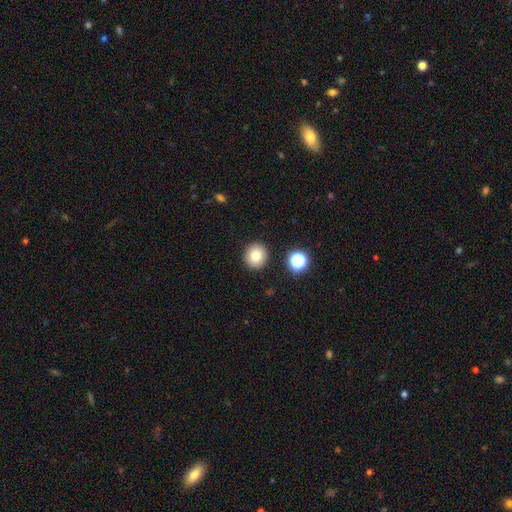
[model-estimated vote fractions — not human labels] Q: Smooth or featured?
A: smooth (79%); runner-up: star or artifact (12%)
Q: How rounded?
A: round (89%); runner-up: in between (10%)
Q: Merging?
A: none (90%); runner-up: minor disturbance (6%)